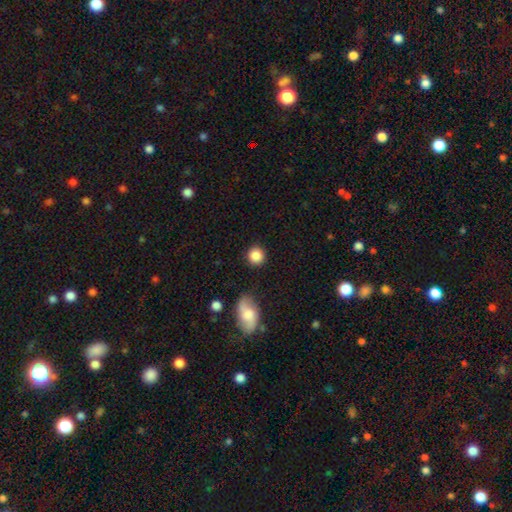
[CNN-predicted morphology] smooth_or_featured: smooth (p=0.86) [alt: star or artifact p=0.08]
how_rounded: round (p=0.90) [alt: in between p=0.09]
merging: none (p=0.85) [alt: minor disturbance p=0.09]